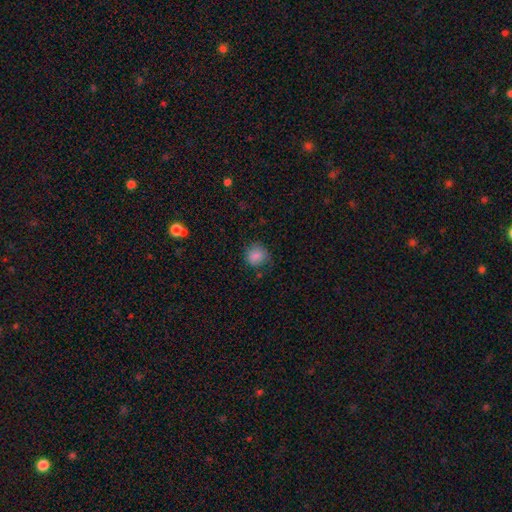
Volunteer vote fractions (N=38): This appears to be a smooth galaxy with no disk features (89%) that is round (91%). Merging: none (78%).